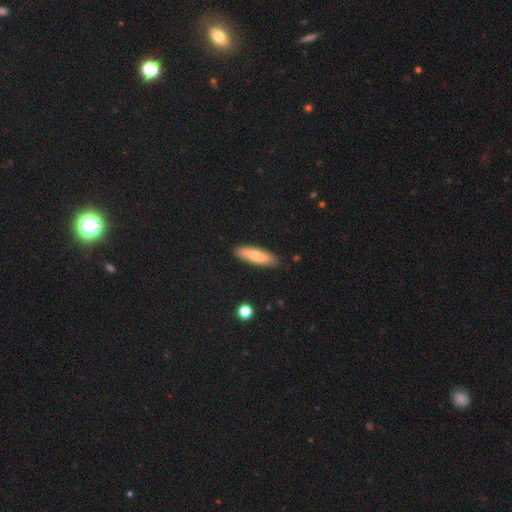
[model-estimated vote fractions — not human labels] Smooth or featured? smooth (72%)
How rounded? cigar-shaped (61%)
Merging? none (87%)